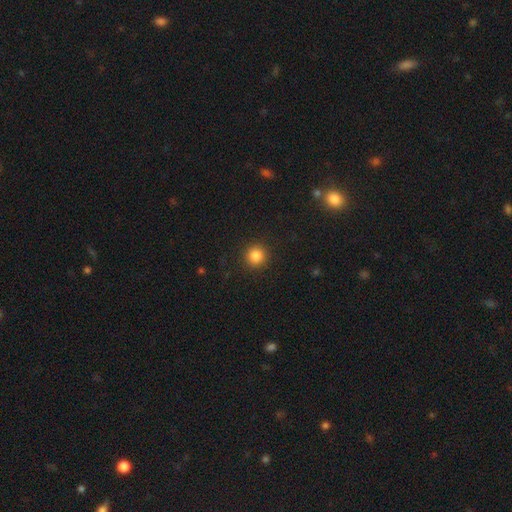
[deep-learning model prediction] smooth-or-featured: smooth: 85% | star or artifact: 11% | featured or disk: 4%
  how-rounded: round: 95% | in between: 4% | cigar-shaped: 1%
  merging: none: 92% | minor disturbance: 5% | major disturbance: 2% | merger: 1%